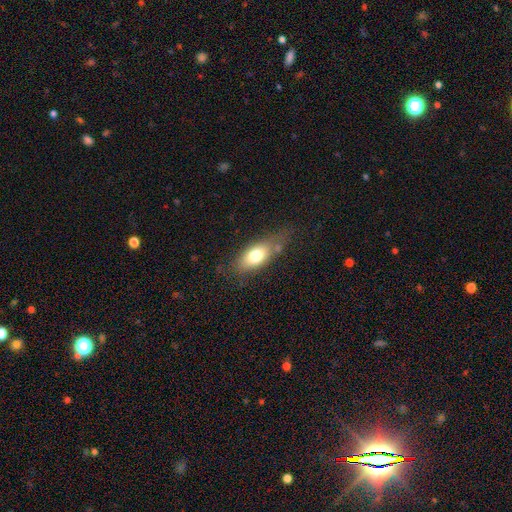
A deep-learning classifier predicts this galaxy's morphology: smooth-or-featured: smooth: 72% | featured or disk: 21% | star or artifact: 8%
  how-rounded: in between: 81% | cigar-shaped: 13% | round: 5%
  merging: none: 60% | minor disturbance: 25% | major disturbance: 10% | merger: 6%